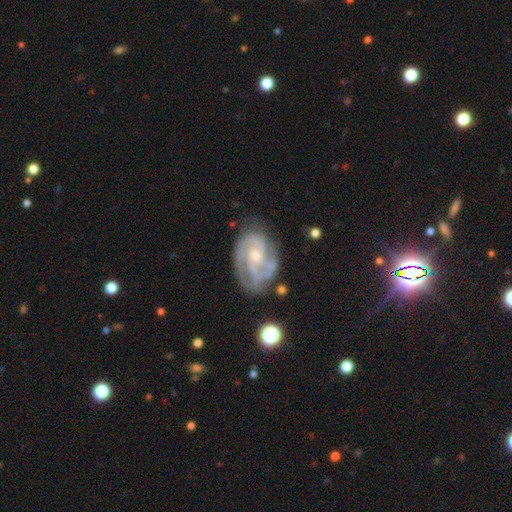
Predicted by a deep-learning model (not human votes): Morphology: type=featured or disk (87%); edge-on=no (97%); bar=no (61%); spiral arms=yes (97%); winding=tight (54%); arm count=2 (44%); bulge=small (61%); merging=none (67%).